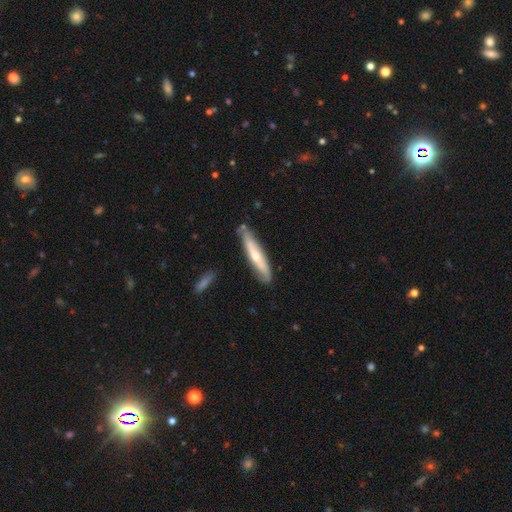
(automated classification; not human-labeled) This appears to be a smooth galaxy with no disk features (50%) that is cigar-shaped (88%). Merging: none (76%).